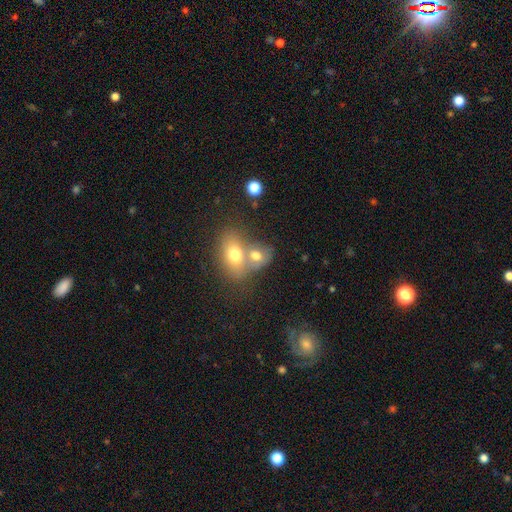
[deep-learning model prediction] smooth_or_featured: smooth (p=0.70) [alt: featured or disk p=0.20]
how_rounded: in between (p=0.69) [alt: round p=0.29]
merging: merger (p=0.62) [alt: none p=0.25]